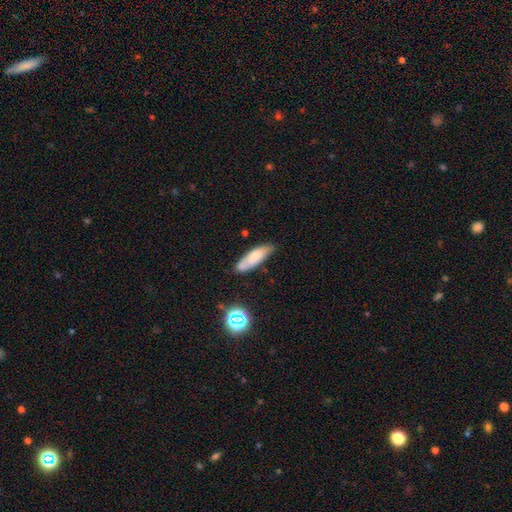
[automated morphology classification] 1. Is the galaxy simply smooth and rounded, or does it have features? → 69% smooth, 22% featured or disk, 9% star or artifact.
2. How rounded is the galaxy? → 51% in between, 47% cigar-shaped, 2% round.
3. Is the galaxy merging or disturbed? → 65% none, 24% minor disturbance, 6% merger, 5% major disturbance.